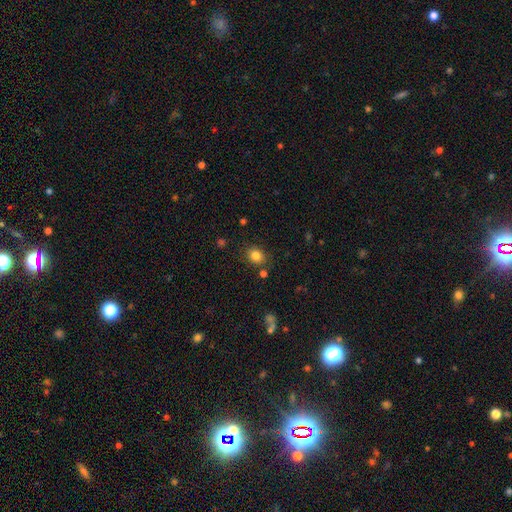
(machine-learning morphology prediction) A smooth galaxy with no disk features (83%) that is round (63%).

Vote fractions:
- Smooth or featured? smooth: 83% / star or artifact: 11% / featured or disk: 6%
- How rounded? round: 63% / in between: 36% / cigar-shaped: 1%
- Merging? none: 81% / minor disturbance: 11% / merger: 4% / major disturbance: 3%